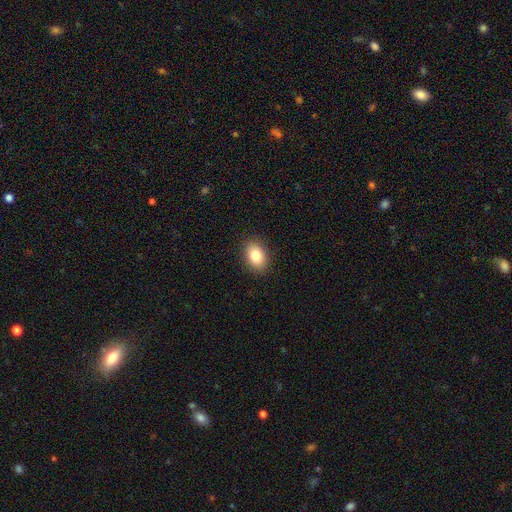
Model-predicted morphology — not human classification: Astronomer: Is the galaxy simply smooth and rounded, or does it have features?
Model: smooth — 84%.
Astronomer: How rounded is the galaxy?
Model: in between — 80%.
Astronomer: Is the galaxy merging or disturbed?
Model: none — 89%.